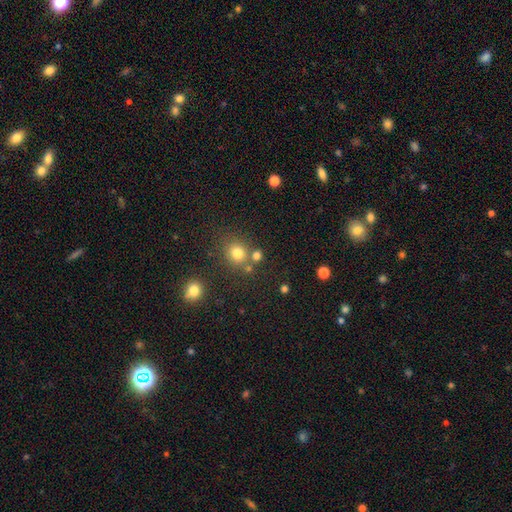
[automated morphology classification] This appears to be a smooth galaxy with no disk features (70%) that is round (83%). Merging: none (71%).